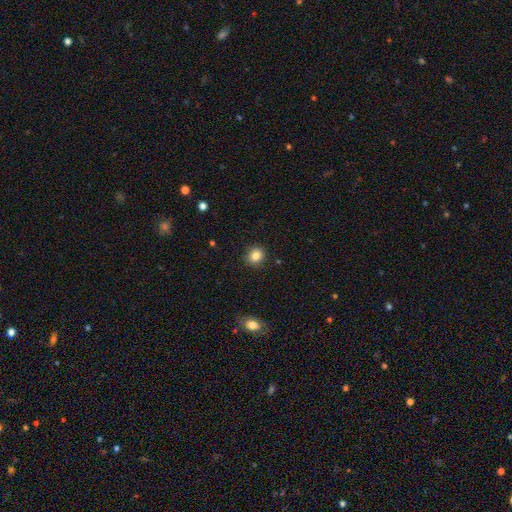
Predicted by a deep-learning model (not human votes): Q: Smooth or featured?
A: smooth (85%); runner-up: star or artifact (10%)
Q: How rounded?
A: round (86%); runner-up: in between (13%)
Q: Merging?
A: none (90%); runner-up: minor disturbance (7%)